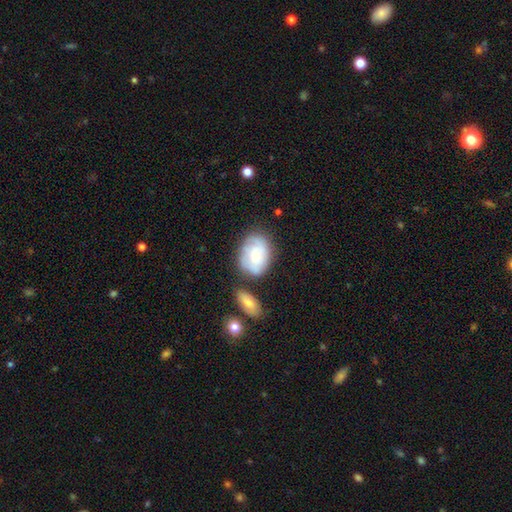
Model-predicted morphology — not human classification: Smooth or featured?
  - smooth: 53% *
  - featured or disk: 40%
  - star or artifact: 7%
How rounded?
  - in between: 70% *
  - round: 29%
  - cigar-shaped: 1%
Merging?
  - none: 56% *
  - minor disturbance: 23%
  - merger: 12%
  - major disturbance: 8%